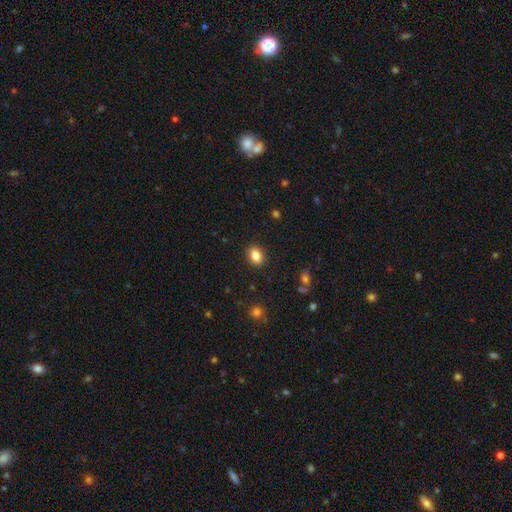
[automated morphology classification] Smooth or featured? smooth (85%)
How rounded? in between (69%)
Merging? none (89%)